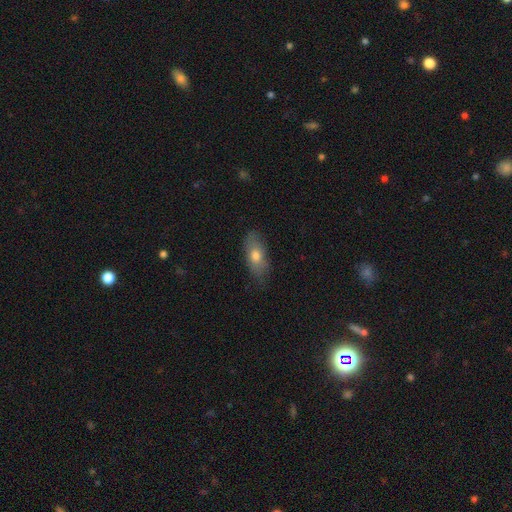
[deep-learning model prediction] Smooth or featured?
  - smooth: 69% *
  - featured or disk: 23%
  - star or artifact: 7%
How rounded?
  - in between: 82% *
  - cigar-shaped: 14%
  - round: 5%
Merging?
  - none: 76% *
  - minor disturbance: 18%
  - major disturbance: 4%
  - merger: 1%